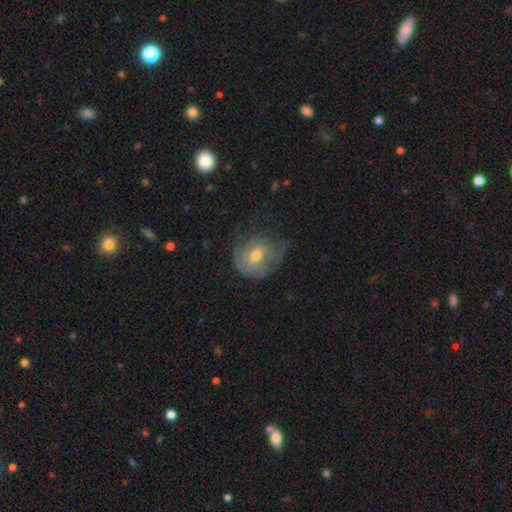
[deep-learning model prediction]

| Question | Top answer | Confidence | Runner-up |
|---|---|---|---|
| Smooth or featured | featured or disk | 69% | smooth (23%) |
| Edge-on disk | no | 96% | yes (4%) |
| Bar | no | 48% | weak (43%) |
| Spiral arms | yes | 84% | no (16%) |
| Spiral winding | tight | 54% | medium (33%) |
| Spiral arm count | can't tell | 37% | 2 (33%) |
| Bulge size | moderate | 63% | small (31%) |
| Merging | none | 53% | minor disturbance (27%) |